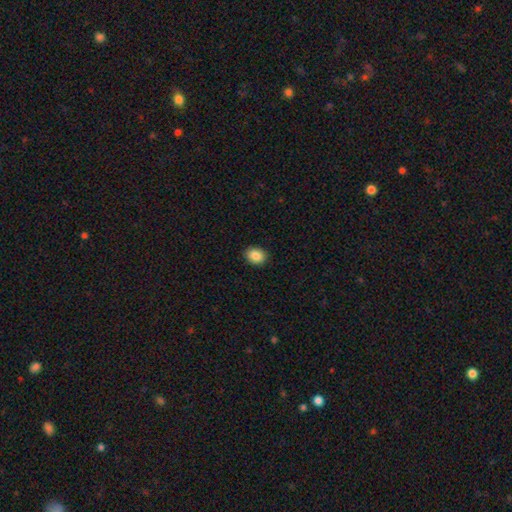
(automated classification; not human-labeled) This is clearly a smooth galaxy (87%). How rounded: possibly in between (53%). Merging: clearly none (91%).